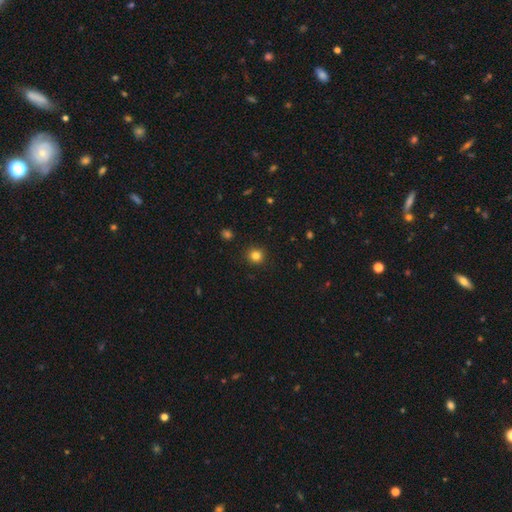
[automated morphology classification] A smooth galaxy with no disk features (83%) that is round (93%). Merging: none (92%).